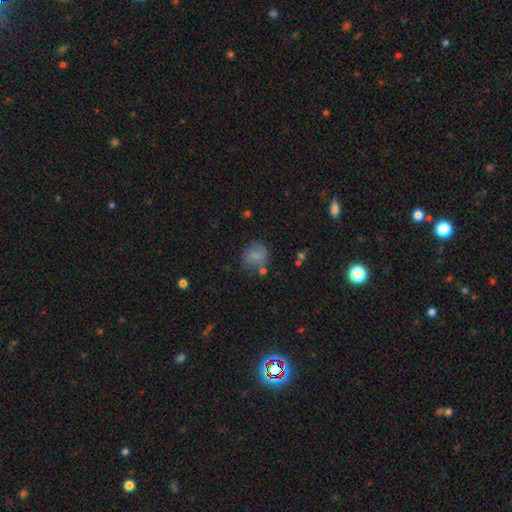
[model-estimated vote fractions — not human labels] Morphology: type=smooth (71%); roundness=round (69%); merging=none (58%).